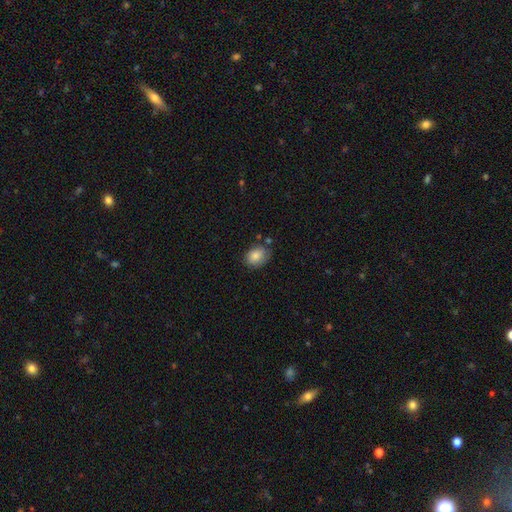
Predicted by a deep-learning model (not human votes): Smooth or featured?
  - smooth: 85% *
  - star or artifact: 8%
  - featured or disk: 7%
How rounded?
  - in between: 62% *
  - round: 37%
  - cigar-shaped: 1%
Merging?
  - none: 72% *
  - minor disturbance: 20%
  - merger: 5%
  - major disturbance: 4%